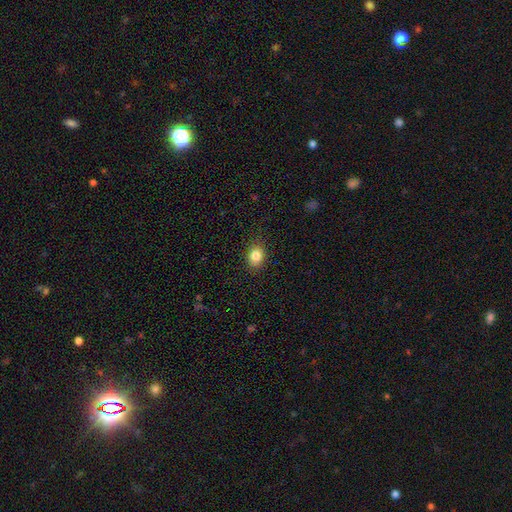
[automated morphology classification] smooth_or_featured: smooth (p=0.83) [alt: star or artifact p=0.10]
how_rounded: in between (p=0.50) [alt: round p=0.49]
merging: none (p=0.87) [alt: minor disturbance p=0.09]